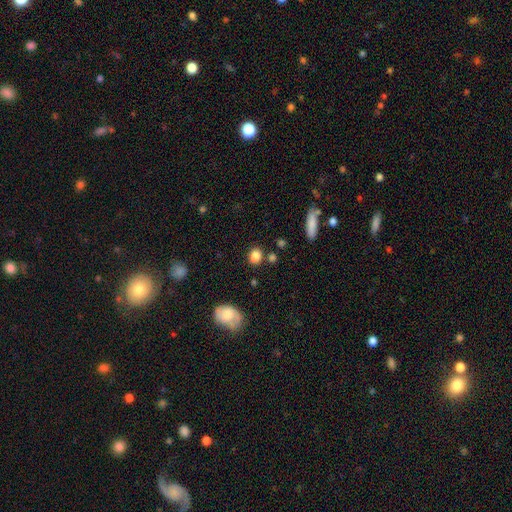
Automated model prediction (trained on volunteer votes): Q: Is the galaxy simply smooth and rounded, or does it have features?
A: smooth — 85%.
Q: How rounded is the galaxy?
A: round — 58%.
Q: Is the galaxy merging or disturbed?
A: none — 78%.